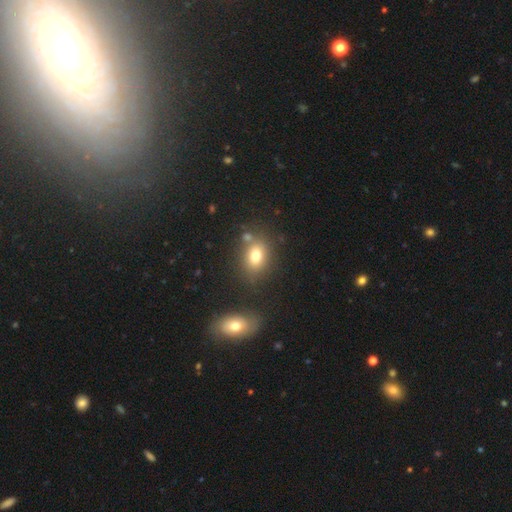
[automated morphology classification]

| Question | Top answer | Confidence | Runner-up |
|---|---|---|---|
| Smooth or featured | smooth | 76% | star or artifact (12%) |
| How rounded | in between | 63% | round (35%) |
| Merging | none | 69% | merger (14%) |